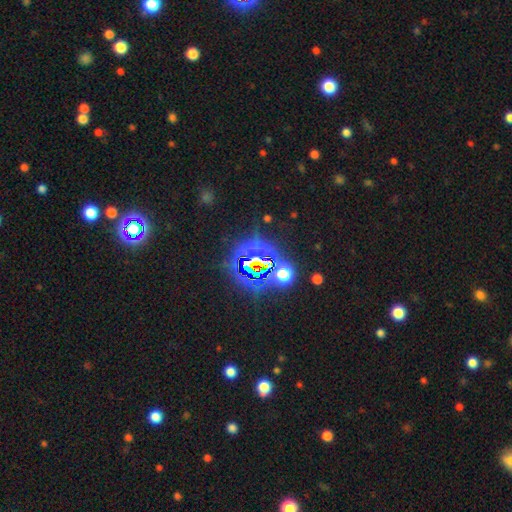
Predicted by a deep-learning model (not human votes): smooth-or-featured: star or artifact: 78% | smooth: 13% | featured or disk: 9%